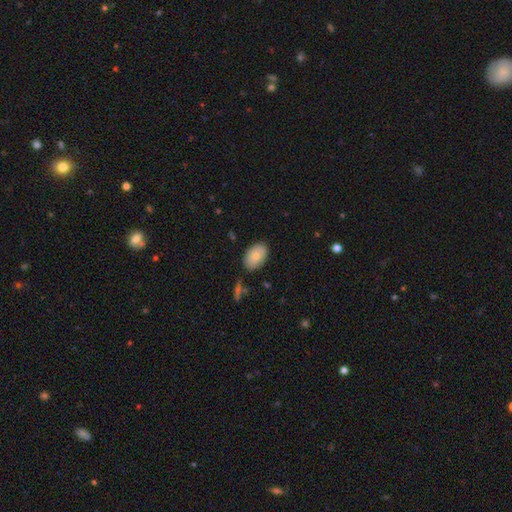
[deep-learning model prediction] Smooth or featured? Predicted: smooth (p=0.80). How rounded? Predicted: in between (p=0.91). Merging? Predicted: none (p=0.83).